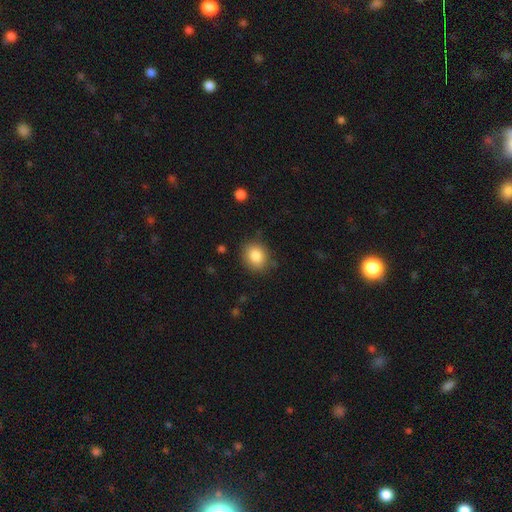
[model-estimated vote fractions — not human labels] This appears to be a smooth galaxy with no disk features (85%) that is round (67%). Merging: none (83%).